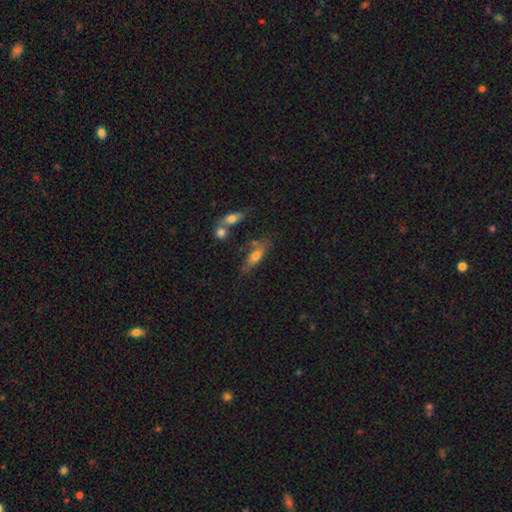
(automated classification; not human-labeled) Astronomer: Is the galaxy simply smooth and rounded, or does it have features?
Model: smooth — 63%.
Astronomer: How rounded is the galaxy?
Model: in between — 59% (runner-up: cigar-shaped, 37%).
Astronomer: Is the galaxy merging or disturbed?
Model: none — 52%.